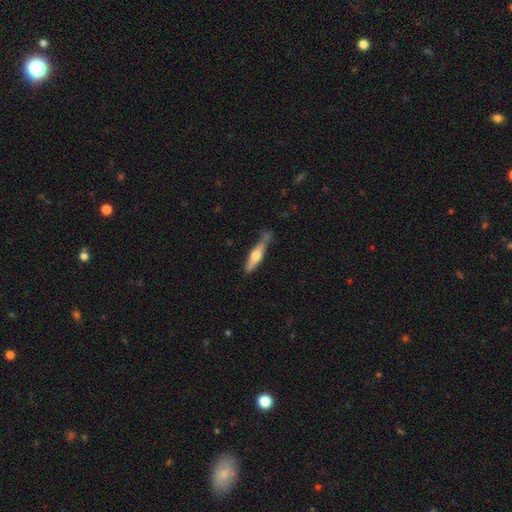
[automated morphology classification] Overall: featured or disk (48%; smooth 47%). Merging: none (62%; minor disturbance 26%).